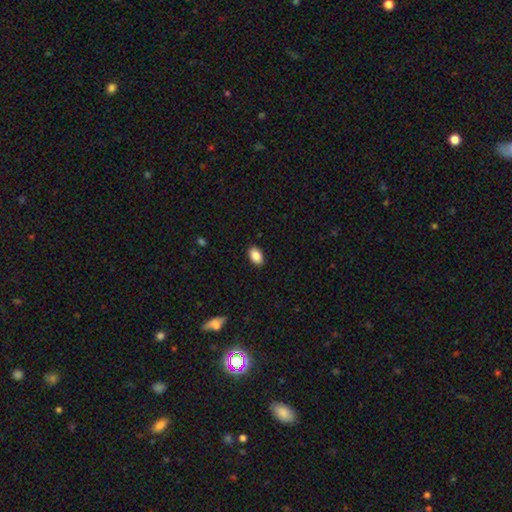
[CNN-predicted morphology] A smooth galaxy with no disk features (88%) that is in between round and cigar-shaped (90%).

Vote fractions:
- Smooth or featured? smooth: 88% / star or artifact: 7% / featured or disk: 4%
- How rounded? in between: 90% / round: 9% / cigar-shaped: 1%
- Merging? none: 89% / minor disturbance: 8% / major disturbance: 2% / merger: 1%